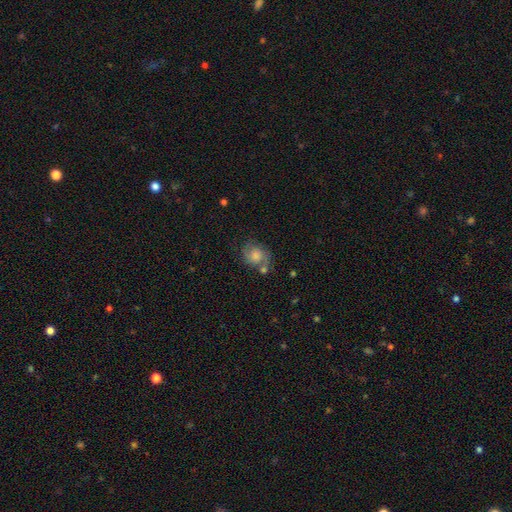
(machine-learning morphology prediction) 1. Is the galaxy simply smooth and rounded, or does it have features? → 49% smooth, 41% featured or disk, 10% star or artifact.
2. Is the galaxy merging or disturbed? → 52% none, 22% minor disturbance, 15% merger, 11% major disturbance.